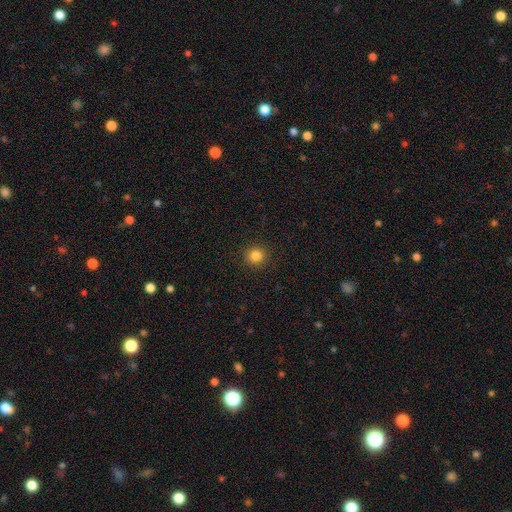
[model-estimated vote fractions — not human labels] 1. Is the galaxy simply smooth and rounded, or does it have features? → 83% smooth, 12% star or artifact, 4% featured or disk.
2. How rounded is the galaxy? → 93% round, 6% in between, 1% cigar-shaped.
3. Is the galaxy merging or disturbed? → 92% none, 5% minor disturbance, 2% major disturbance, 1% merger.